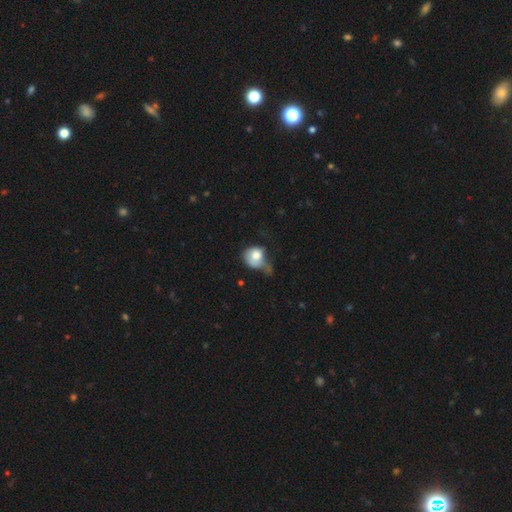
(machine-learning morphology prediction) Overall: smooth (73%). How rounded: round (66%; in between 33%). Merging: major disturbance (36%; minor disturbance 28%).